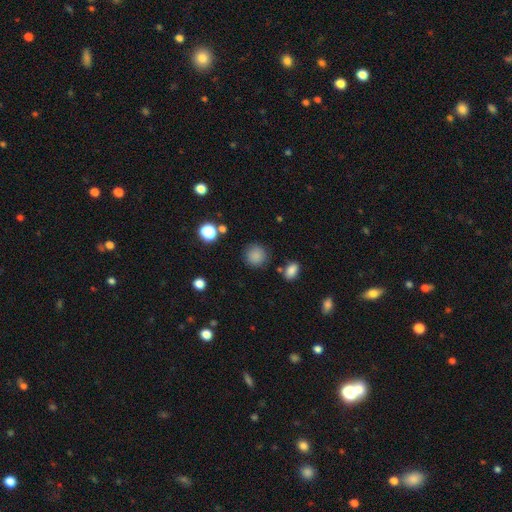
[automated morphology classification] The model was most divided on "smooth or featured": smooth: 84%, star or artifact: 11%, featured or disk: 5%. More confident: how rounded — round (91%); merging — none (84%).